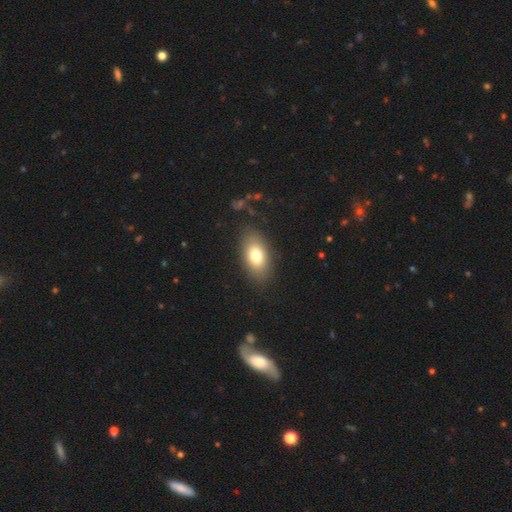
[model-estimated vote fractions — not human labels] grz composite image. It shows a smooth galaxy with no disk features (75%) that is in between round and cigar-shaped (88%). Merging: none (84%).